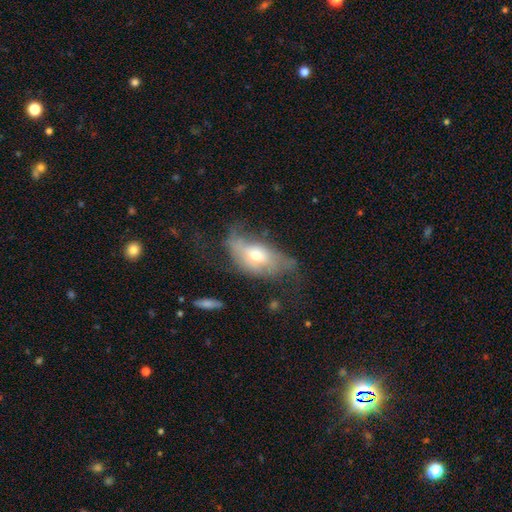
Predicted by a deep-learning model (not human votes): This appears to be a featured or disk galaxy (46%). Merging: major disturbance (36%).